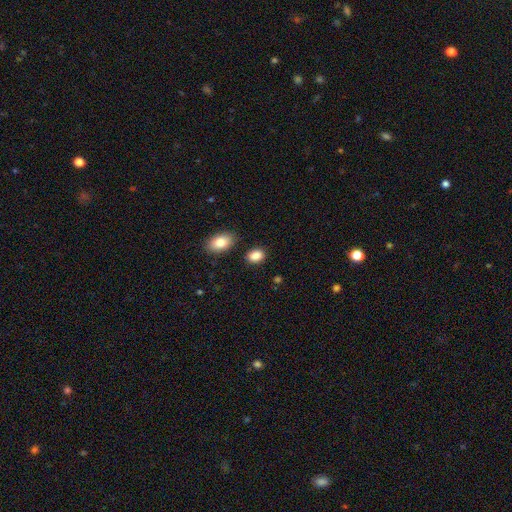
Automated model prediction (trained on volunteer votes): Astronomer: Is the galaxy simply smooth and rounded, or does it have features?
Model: smooth — 88%.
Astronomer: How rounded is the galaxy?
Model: in between — 74%.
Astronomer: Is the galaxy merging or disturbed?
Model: none — 83%.